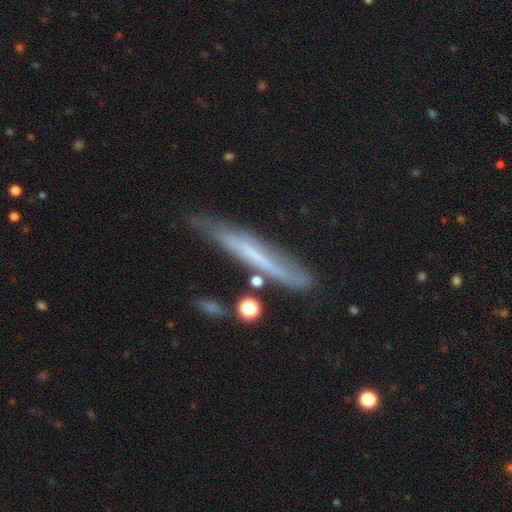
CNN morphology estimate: smooth_or_featured: featured or disk (p=0.57) [alt: smooth p=0.35]
disk_edge_on: yes (p=0.79) [alt: no p=0.21]
merging: none (p=0.61) [alt: minor disturbance p=0.25]